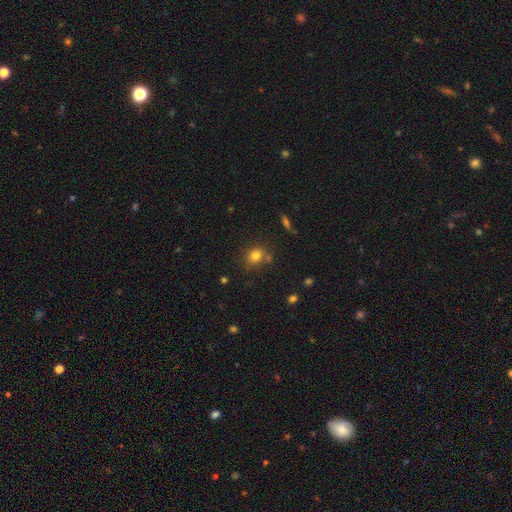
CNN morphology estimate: smooth-or-featured: smooth: 78% | star or artifact: 14% | featured or disk: 8%
  how-rounded: round: 73% | in between: 26% | cigar-shaped: 1%
  merging: none: 71% | merger: 13% | minor disturbance: 13% | major disturbance: 4%